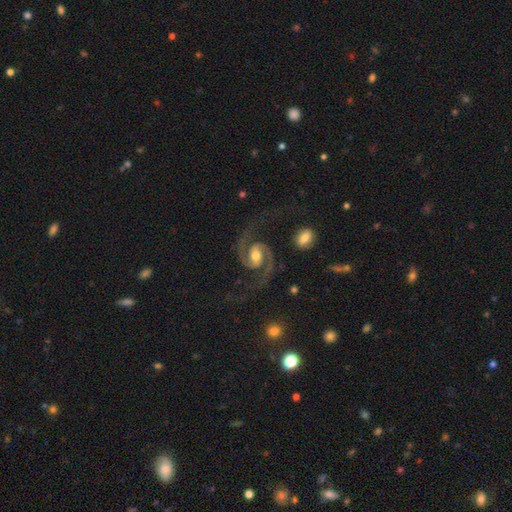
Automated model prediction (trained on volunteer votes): This is clearly a featured or disk galaxy (93%). It is clearly not viewed edge-on (98%). Bar: marginally weak (43%). Spiral arm pattern: clearly yes (98%). Spiral arm count: clearly 2 (95%). Spiral winding: likely medium (63%). Central bulge: likely moderate (70%). Merging: likely none (77%).